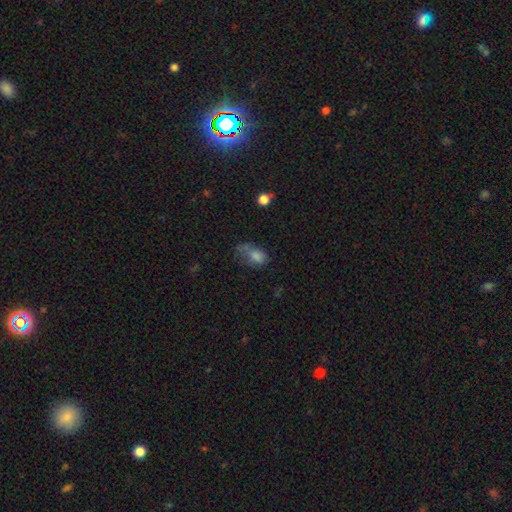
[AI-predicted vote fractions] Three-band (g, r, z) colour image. It shows a smooth galaxy with no disk features (70%) that is in between round and cigar-shaped (80%). Merging: major disturbance (36%).